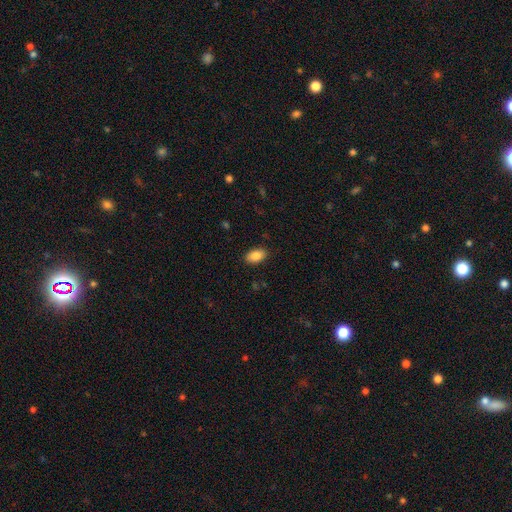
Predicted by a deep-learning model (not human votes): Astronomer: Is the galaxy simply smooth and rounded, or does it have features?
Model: smooth — 86%.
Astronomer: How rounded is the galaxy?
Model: in between — 93%.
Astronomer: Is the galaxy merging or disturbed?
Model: none — 88%.